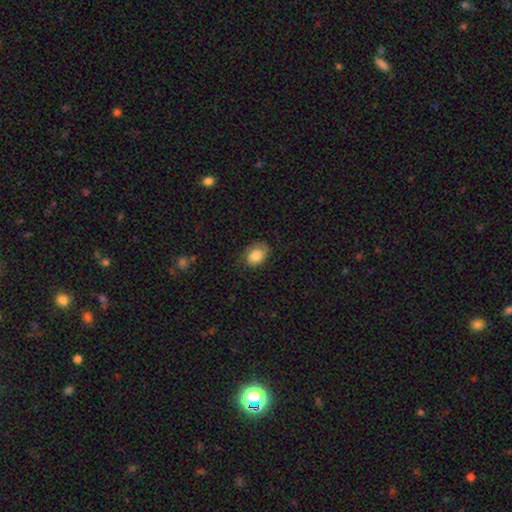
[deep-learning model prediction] Smooth or featured: smooth — 77% (featured or disk — 16%)
How rounded: in between — 71% (round — 28%)
Merging: none — 67% (minor disturbance — 24%)